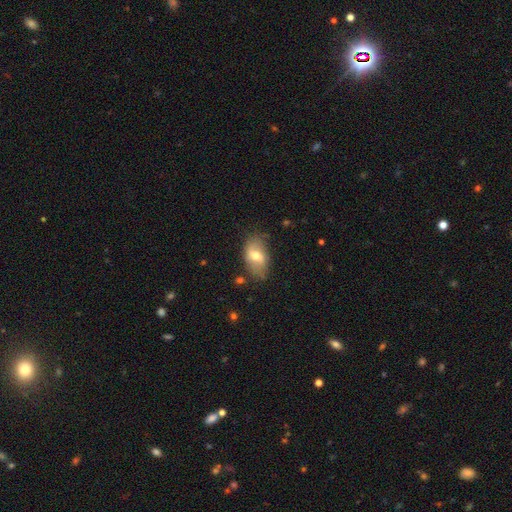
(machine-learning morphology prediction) Smooth or featured?
  - smooth: 53% *
  - featured or disk: 40%
  - star or artifact: 7%
How rounded?
  - in between: 89% *
  - round: 9%
  - cigar-shaped: 2%
Merging?
  - none: 69% *
  - minor disturbance: 22%
  - major disturbance: 6%
  - merger: 2%